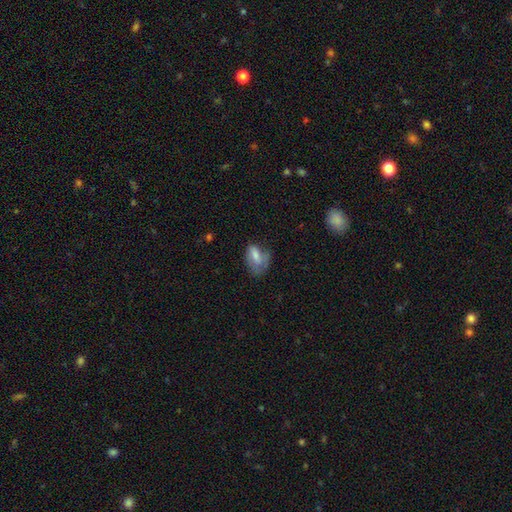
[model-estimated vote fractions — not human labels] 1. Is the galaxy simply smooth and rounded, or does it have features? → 63% smooth, 29% featured or disk, 8% star or artifact.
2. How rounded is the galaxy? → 86% in between, 10% round, 4% cigar-shaped.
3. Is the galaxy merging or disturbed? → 38% none, 33% minor disturbance, 26% major disturbance, 3% merger.